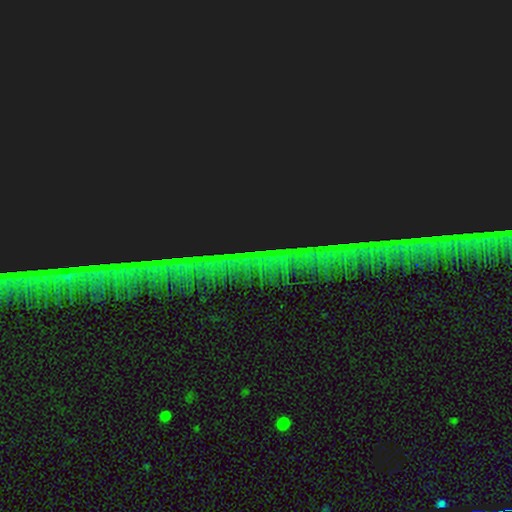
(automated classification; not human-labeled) star or artifact 86%, featured or disk 8%, smooth 6%.